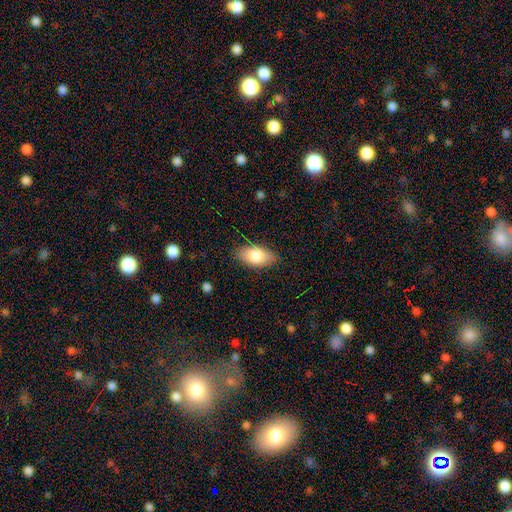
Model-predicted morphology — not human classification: This is clearly a smooth galaxy (80%). How rounded: clearly in between (93%). Merging: clearly none (84%).